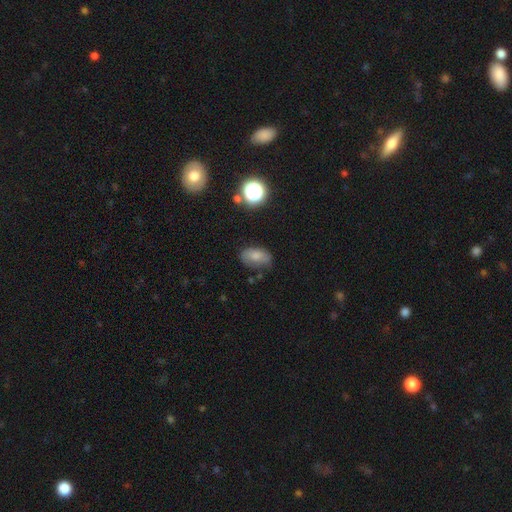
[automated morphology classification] smooth 72%, featured or disk 17%, star or artifact 11%. Down the decision tree: how rounded — in between (88%); merging — none (67%).